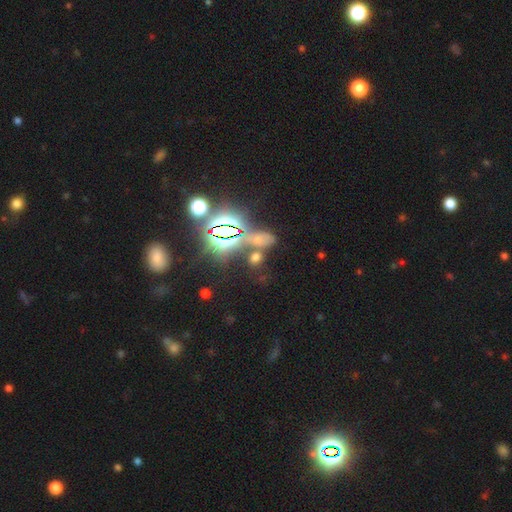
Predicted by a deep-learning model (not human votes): Smooth or featured? Predicted: star or artifact (p=0.65).